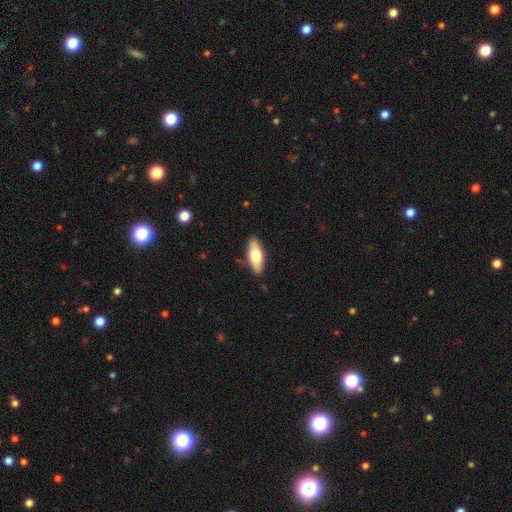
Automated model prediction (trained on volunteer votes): Morphology: type=smooth (66%); roundness=in between (73%); merging=none (87%).